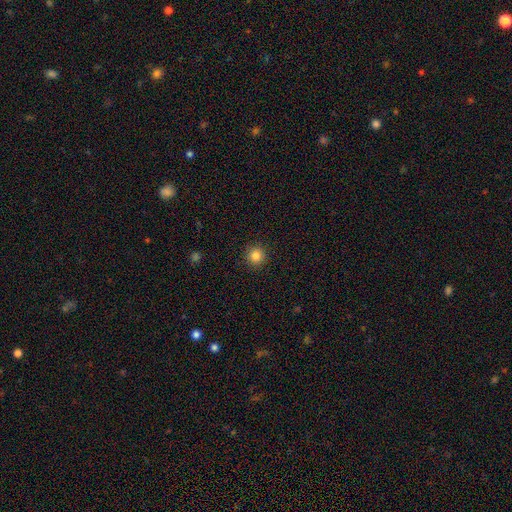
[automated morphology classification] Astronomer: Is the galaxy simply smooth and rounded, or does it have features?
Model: smooth — 85%.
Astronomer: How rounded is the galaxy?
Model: round — 95%.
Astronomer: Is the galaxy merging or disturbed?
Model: none — 92%.